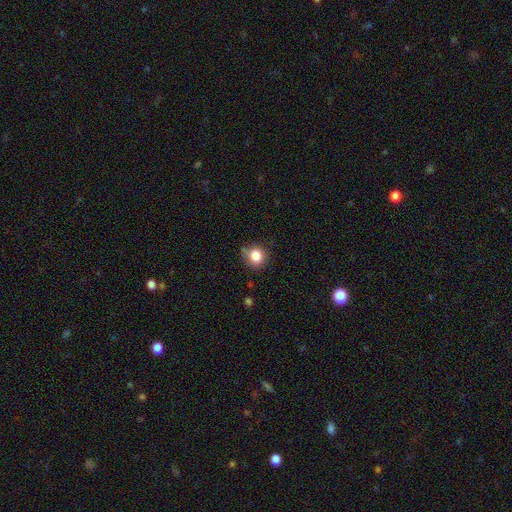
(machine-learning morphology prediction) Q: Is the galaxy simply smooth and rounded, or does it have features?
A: smooth — 83%.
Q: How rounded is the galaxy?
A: round — 82%.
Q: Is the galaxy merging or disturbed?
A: none — 75%.